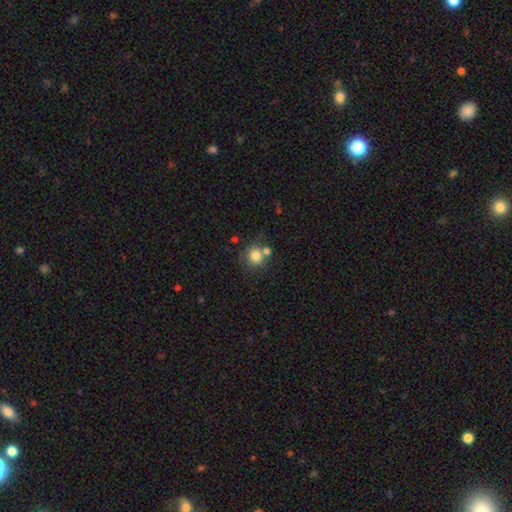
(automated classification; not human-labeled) smooth 79%, star or artifact 11%, featured or disk 9%. Down the decision tree: how rounded — round (89%); merging — none (63%).